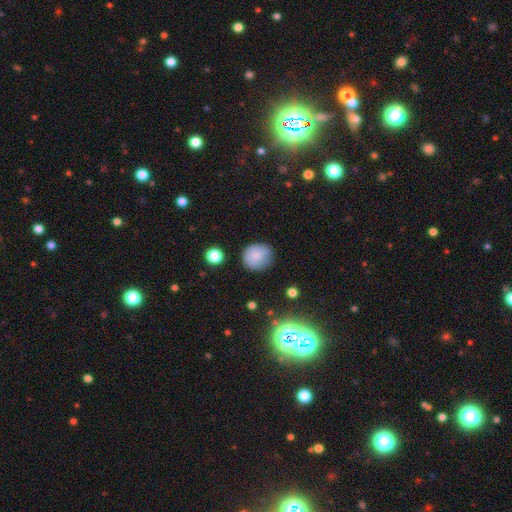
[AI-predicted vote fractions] Smooth or featured?
  - smooth: 81% *
  - star or artifact: 10%
  - featured or disk: 10%
How rounded?
  - round: 86% *
  - in between: 13%
  - cigar-shaped: 1%
Merging?
  - none: 76% *
  - minor disturbance: 18%
  - major disturbance: 4%
  - merger: 2%